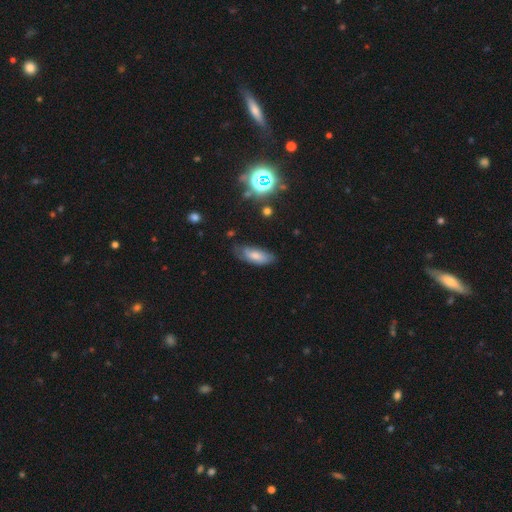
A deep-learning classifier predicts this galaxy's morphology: smooth 65%, featured or disk 25%, star or artifact 10%. Down the decision tree: how rounded — in between (78%); merging — none (64%).